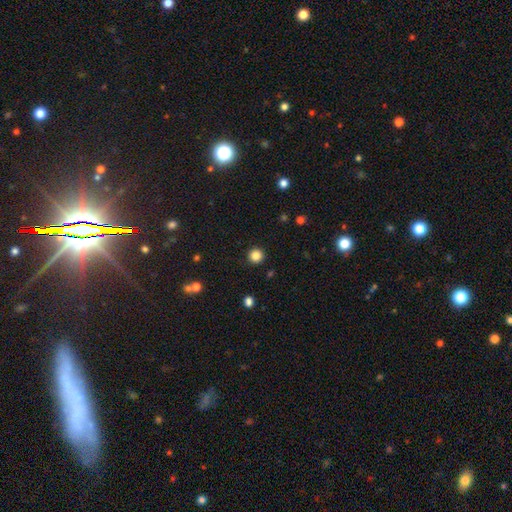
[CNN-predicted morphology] A smooth galaxy with no disk features (85%) that is round (95%).

Vote fractions:
- Smooth or featured? smooth: 85% / star or artifact: 11% / featured or disk: 3%
- How rounded? round: 95% / in between: 4% / cigar-shaped: 1%
- Merging? none: 92% / minor disturbance: 5% / major disturbance: 2% / merger: 1%